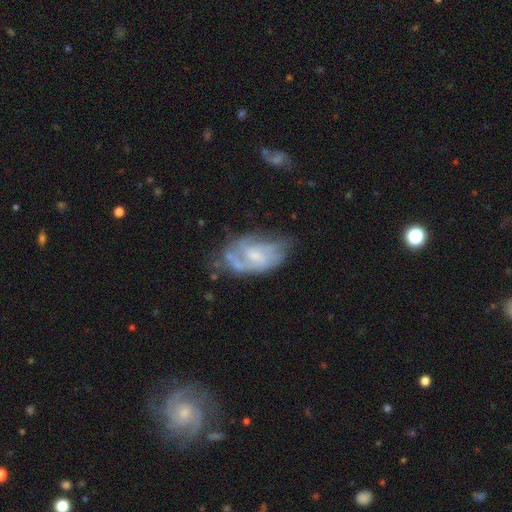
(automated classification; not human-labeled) Smooth or featured?
  - featured or disk: 69% *
  - smooth: 24%
  - star or artifact: 7%
Edge-on disk?
  - no: 96% *
  - yes: 4%
Bar?
  - weak: 46% *
  - no: 45%
  - strong: 10%
Spiral arms?
  - yes: 72% *
  - no: 28%
Bulge size?
  - small: 45% *
  - moderate: 29%
  - none: 22%
  - large: 3%
  - dominant: 1%
Merging?
  - none: 44% *
  - minor disturbance: 28%
  - major disturbance: 22%
  - merger: 6%